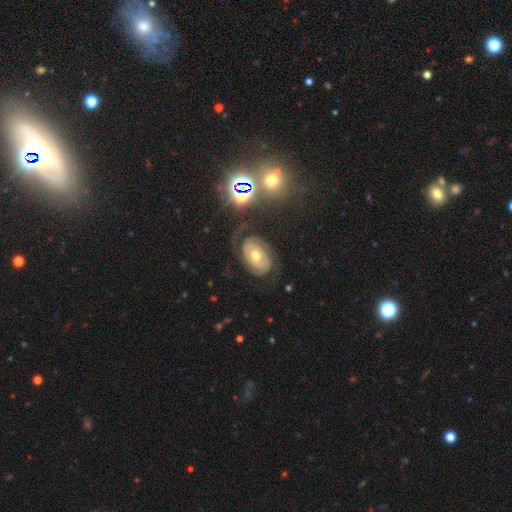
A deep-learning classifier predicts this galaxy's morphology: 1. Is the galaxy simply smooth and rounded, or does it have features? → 69% featured or disk, 20% smooth, 11% star or artifact.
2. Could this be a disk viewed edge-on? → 95% no, 5% yes.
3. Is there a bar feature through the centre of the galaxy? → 69% no, 22% weak, 8% strong.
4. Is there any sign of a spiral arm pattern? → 75% yes, 25% no.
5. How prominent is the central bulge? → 69% moderate, 25% small, 4% large, 1% dominant, 1% none.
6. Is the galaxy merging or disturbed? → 63% none, 19% minor disturbance, 15% major disturbance, 2% merger.